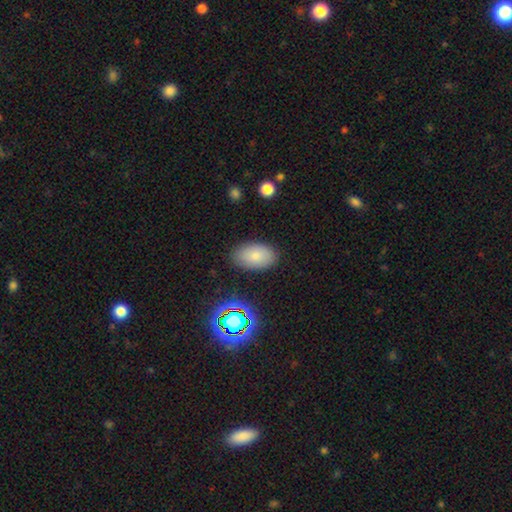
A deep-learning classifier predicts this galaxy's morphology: The model was most divided on "smooth or featured": smooth: 79%, star or artifact: 10%, featured or disk: 10%. More confident: how rounded — in between (93%); merging — none (86%).